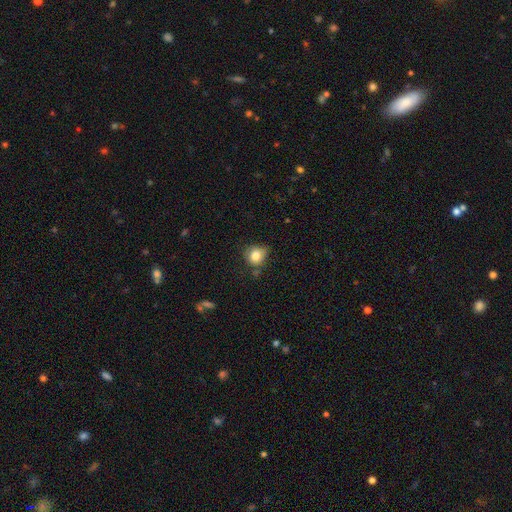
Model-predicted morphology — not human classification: A smooth galaxy with no disk features (82%) that is round (78%).

Vote fractions:
- Smooth or featured? smooth: 82% / star or artifact: 10% / featured or disk: 8%
- How rounded? round: 78% / in between: 21% / cigar-shaped: 1%
- Merging? none: 61% / minor disturbance: 28% / major disturbance: 7% / merger: 5%